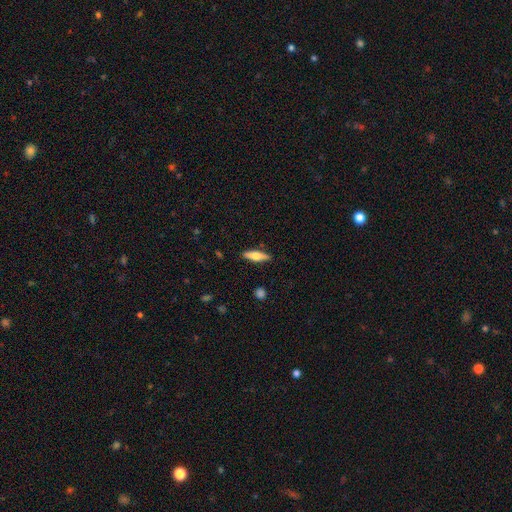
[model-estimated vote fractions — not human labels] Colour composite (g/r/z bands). It shows a smooth galaxy with no disk features (57%) that is cigar-shaped (60%). Merging: none (88%).